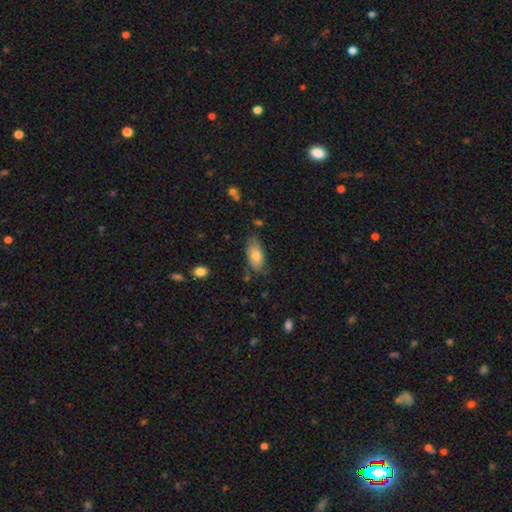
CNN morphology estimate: smooth_or_featured: smooth (p=0.77) [alt: featured or disk p=0.17]
how_rounded: in between (p=0.91) [alt: cigar-shaped p=0.07]
merging: none (p=0.71) [alt: minor disturbance p=0.22]